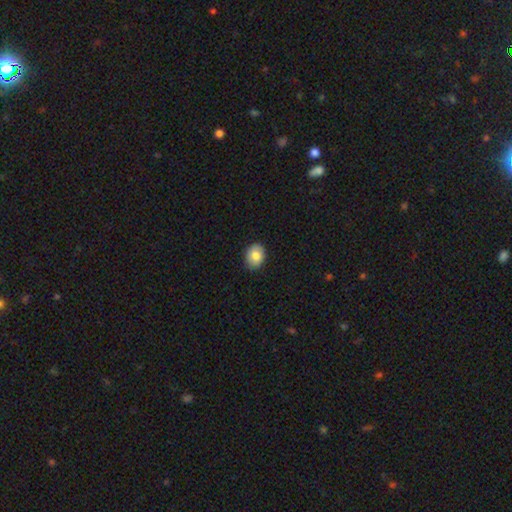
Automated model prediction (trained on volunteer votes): This appears to be a smooth galaxy with no disk features (81%) that is in between round and cigar-shaped (68%). Merging: none (89%).